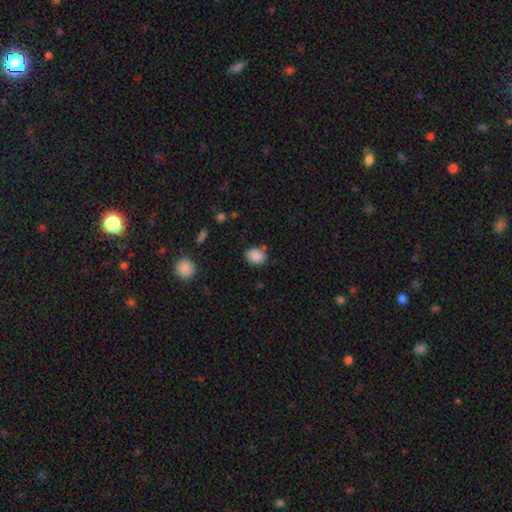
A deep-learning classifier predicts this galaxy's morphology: A smooth galaxy with no disk features (86%) that is in between round and cigar-shaped (52%). Merging: none (69%).